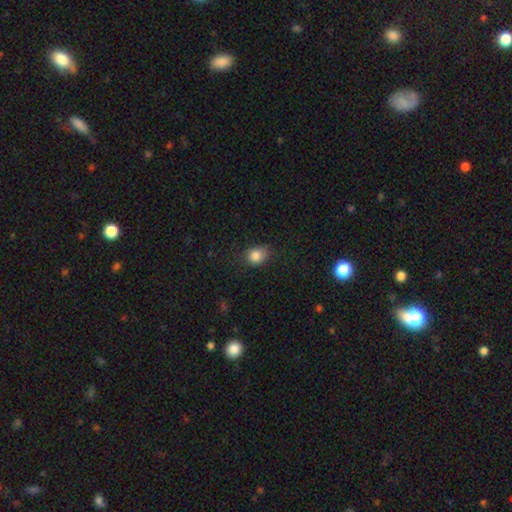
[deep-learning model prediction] smooth-or-featured: smooth: 85% | star or artifact: 10% | featured or disk: 5%
  how-rounded: round: 52% | in between: 46% | cigar-shaped: 1%
  merging: none: 72% | minor disturbance: 22% | major disturbance: 5% | merger: 1%